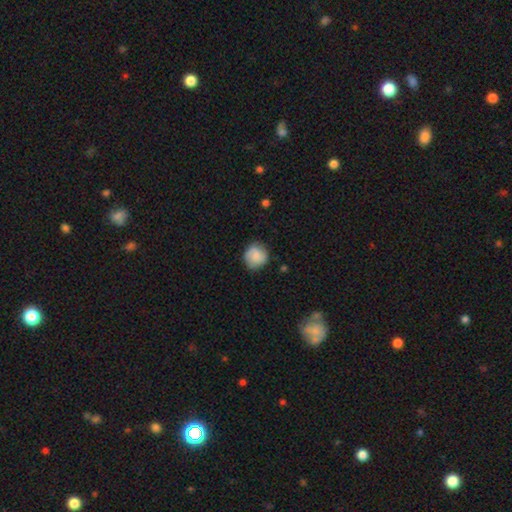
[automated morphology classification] This appears to be a smooth galaxy with no disk features (78%) that is round (86%). Merging: none (80%).